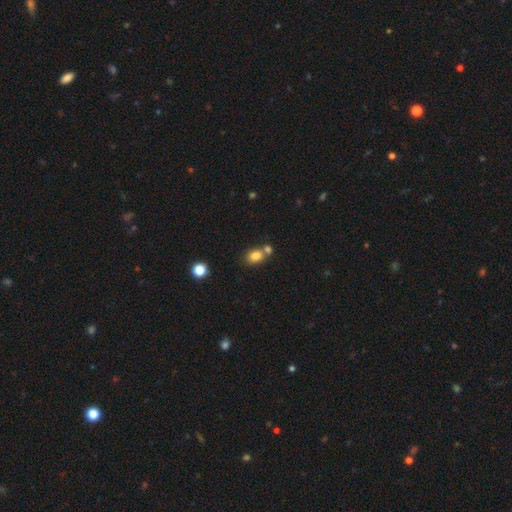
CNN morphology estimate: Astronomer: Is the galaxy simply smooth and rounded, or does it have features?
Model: smooth — 82%.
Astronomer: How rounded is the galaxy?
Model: in between — 63%.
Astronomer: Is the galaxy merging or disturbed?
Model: none — 54% (runner-up: merger, 32%).